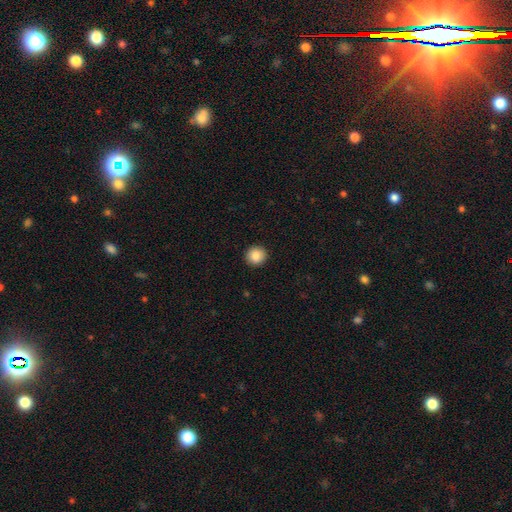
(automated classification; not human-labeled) Smooth or featured?
  - smooth: 87% *
  - star or artifact: 8%
  - featured or disk: 5%
How rounded?
  - round: 94% *
  - in between: 5%
  - cigar-shaped: 1%
Merging?
  - none: 93% *
  - minor disturbance: 5%
  - major disturbance: 1%
  - merger: 1%